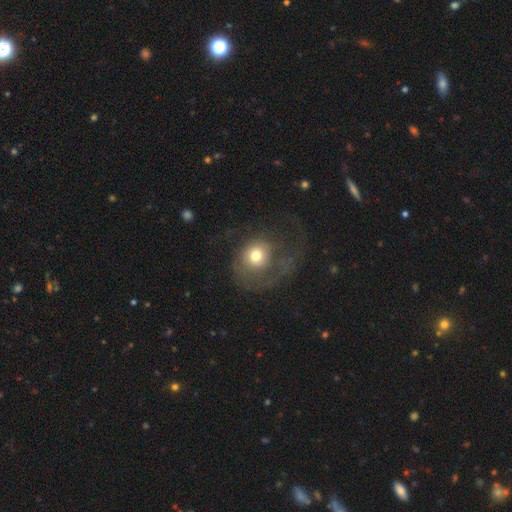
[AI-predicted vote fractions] Morphology: type=smooth (53%); roundness=round (75%); merging=major disturbance (52%).